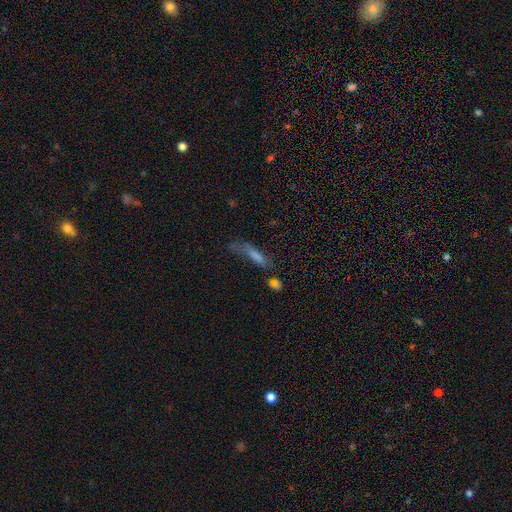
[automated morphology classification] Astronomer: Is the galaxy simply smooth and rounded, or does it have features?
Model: smooth — 52% (runner-up: featured or disk, 30%).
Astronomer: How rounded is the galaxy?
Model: cigar-shaped — 73%.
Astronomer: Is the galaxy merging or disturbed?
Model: none — 37% (runner-up: major disturbance, 27%).